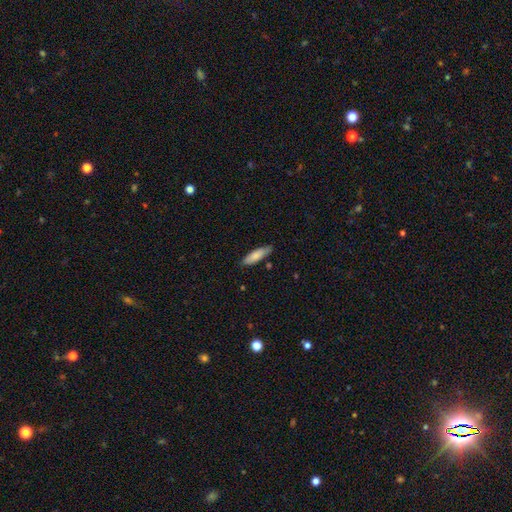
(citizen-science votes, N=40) Smooth or featured? 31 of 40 (78%) said smooth. How rounded? 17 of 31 (55%) said in between. Merging? 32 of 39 (82%) said none.